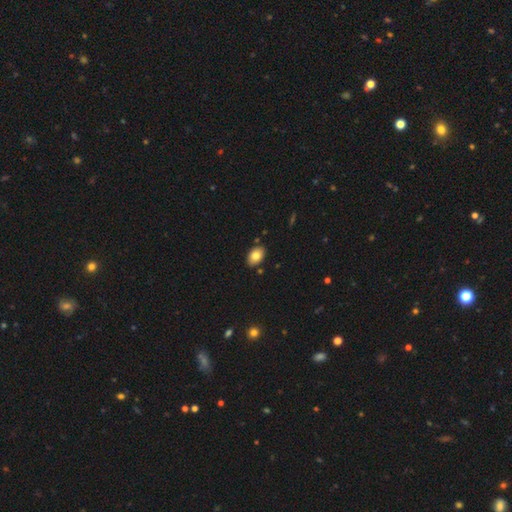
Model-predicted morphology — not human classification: smooth_or_featured: smooth (p=0.81) [alt: featured or disk p=0.11]
how_rounded: in between (p=0.87) [alt: round p=0.12]
merging: none (p=0.85) [alt: minor disturbance p=0.10]